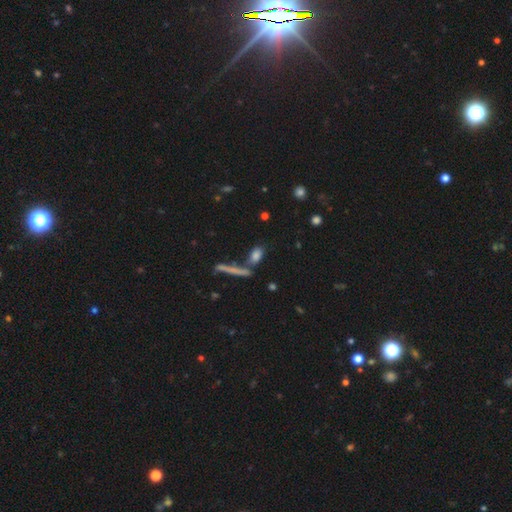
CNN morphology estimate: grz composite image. It shows a smooth galaxy with no disk features (74%) that is in between round and cigar-shaped (60%). Merging: none (62%).